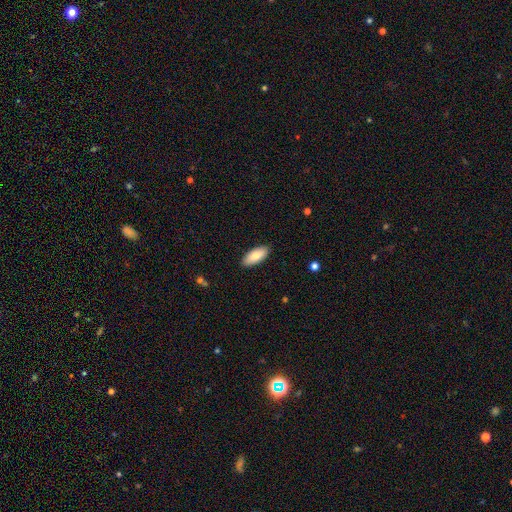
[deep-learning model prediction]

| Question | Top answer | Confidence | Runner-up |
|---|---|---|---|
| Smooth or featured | smooth | 83% | featured or disk (11%) |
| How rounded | in between | 86% | cigar-shaped (12%) |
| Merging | none | 89% | minor disturbance (9%) |